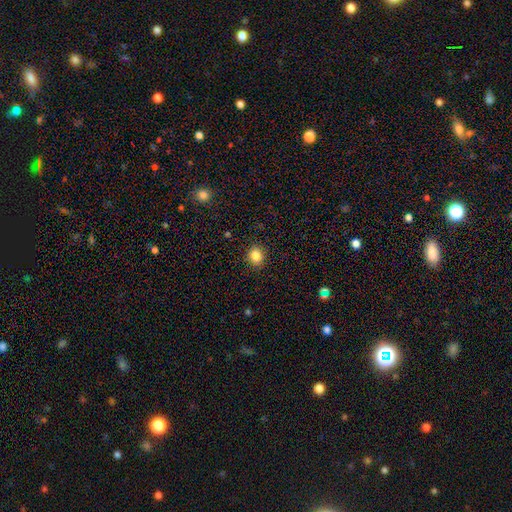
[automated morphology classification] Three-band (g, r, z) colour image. It shows a smooth galaxy with no disk features (85%) that is round (72%). Merging: none (89%).